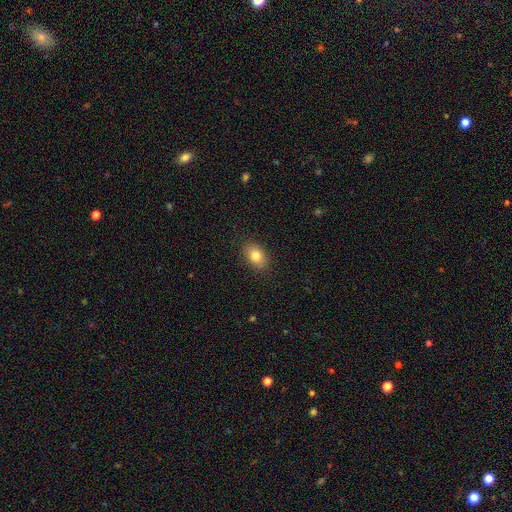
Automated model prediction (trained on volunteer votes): The model was most divided on "how rounded": in between: 84%, round: 15%, cigar-shaped: 1%. More confident: merging — none (87%); smooth or featured — smooth (83%).